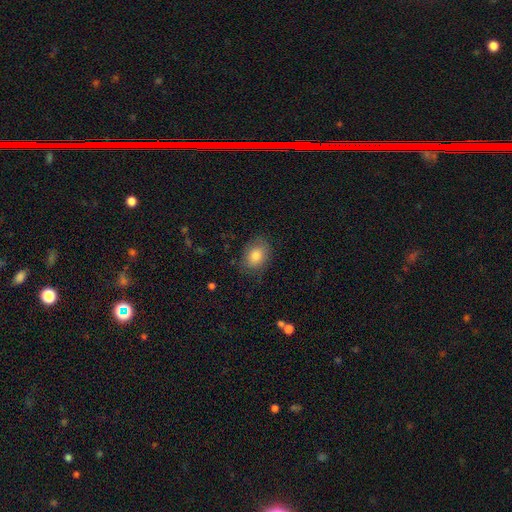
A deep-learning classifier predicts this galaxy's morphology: This is clearly a smooth galaxy (81%). How rounded: likely in between (67%). Merging: likely none (75%).